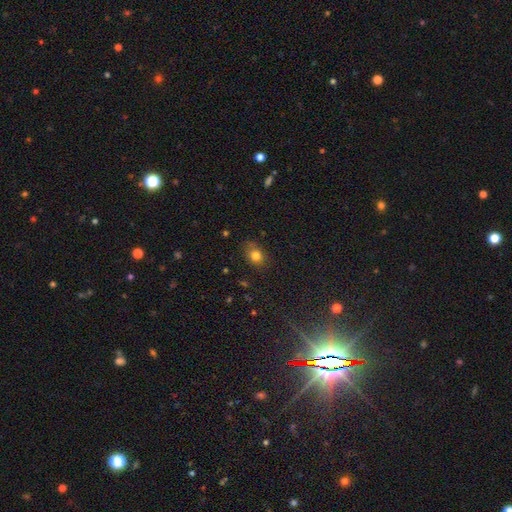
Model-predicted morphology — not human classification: Overall: smooth (79%). How rounded: in between (60%; round 39%). Merging: none (76%).